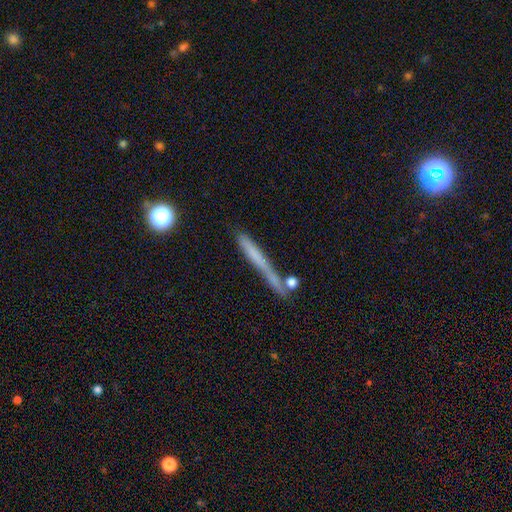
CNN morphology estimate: type=smooth (55%); roundness=cigar-shaped (93%); merging=none (60%).